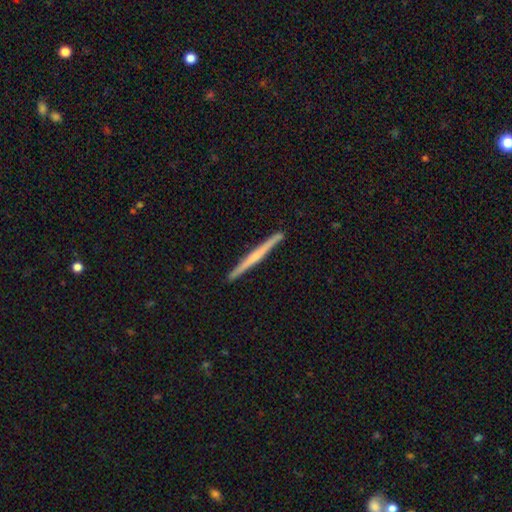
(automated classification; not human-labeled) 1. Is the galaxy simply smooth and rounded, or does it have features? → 56% featured or disk, 38% smooth, 5% star or artifact.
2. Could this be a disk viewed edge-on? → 98% yes, 2% no.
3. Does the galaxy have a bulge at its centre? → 62% none, 30% rounded, 8% boxy.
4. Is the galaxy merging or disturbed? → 92% none, 6% minor disturbance, 1% major disturbance, 1% merger.